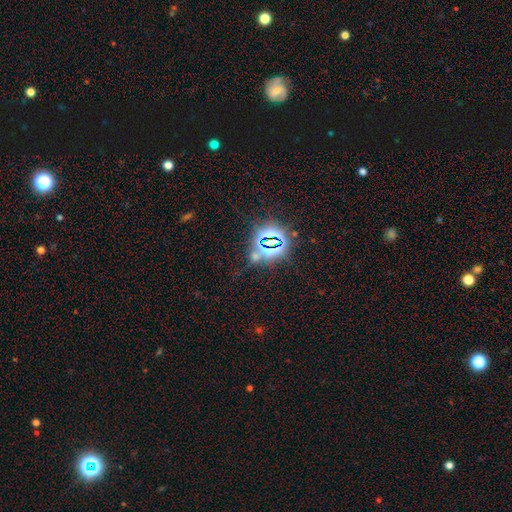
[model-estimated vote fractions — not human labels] Q: Smooth or featured?
A: star or artifact (74%); runner-up: smooth (17%)